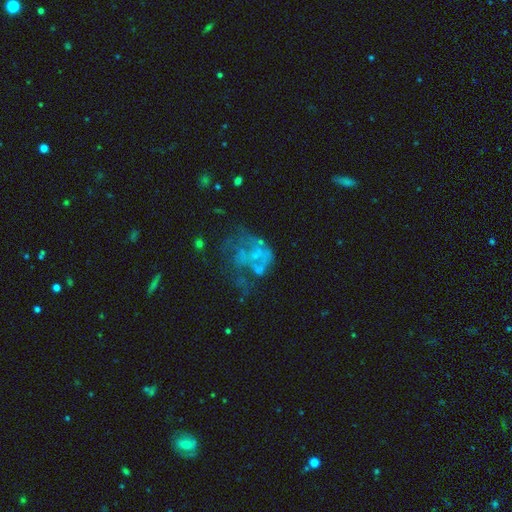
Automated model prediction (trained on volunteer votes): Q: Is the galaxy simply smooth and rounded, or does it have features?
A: featured or disk — 64%.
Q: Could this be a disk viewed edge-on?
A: no — 98%.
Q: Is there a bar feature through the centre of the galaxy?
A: no — 89%.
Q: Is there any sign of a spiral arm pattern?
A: no — 82%.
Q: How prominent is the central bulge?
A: none — 71%.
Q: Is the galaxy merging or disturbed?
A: major disturbance — 43%.